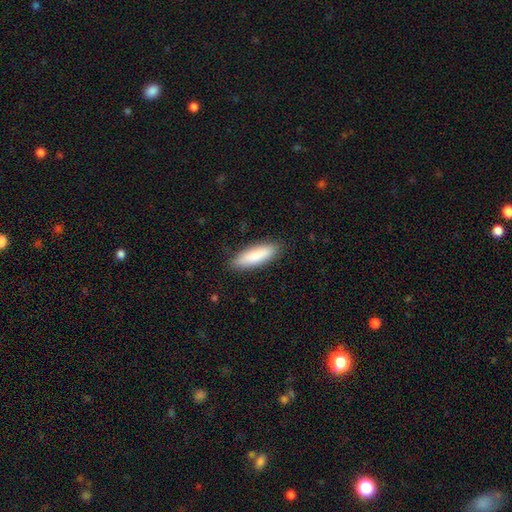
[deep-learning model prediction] A smooth galaxy with no disk features (86%) that is cigar-shaped (51%). Merging: none (87%).